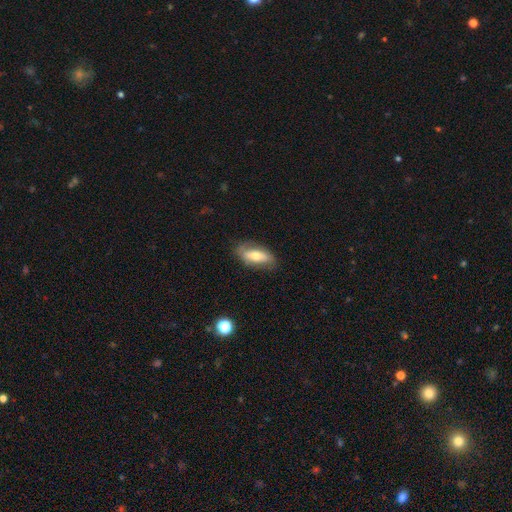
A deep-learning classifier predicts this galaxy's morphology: Smooth or featured? smooth (57%)
How rounded? in between (78%)
Merging? none (77%)